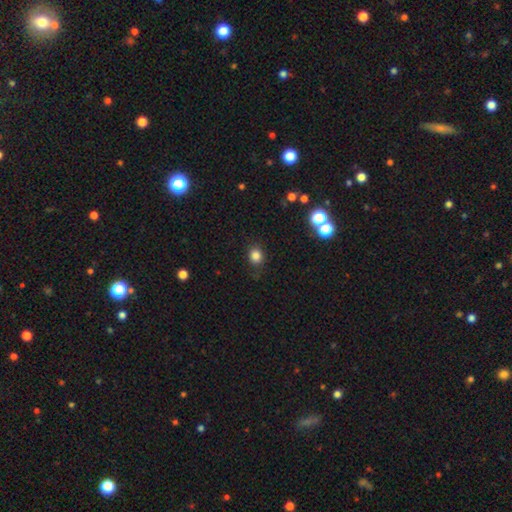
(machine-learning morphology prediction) Smooth or featured? Predicted: smooth (p=0.82). How rounded? Predicted: round (p=0.75). Merging? Predicted: none (p=0.83).